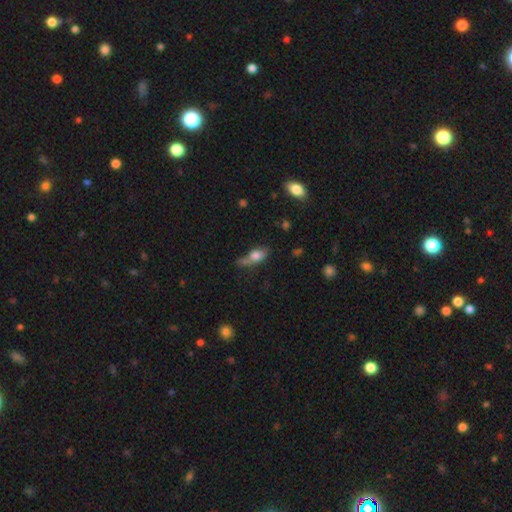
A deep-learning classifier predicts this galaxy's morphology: A smooth galaxy with no disk features (72%) that is in between round and cigar-shaped (75%).

Vote fractions:
- Smooth or featured? smooth: 72% / featured or disk: 18% / star or artifact: 10%
- How rounded? in between: 75% / cigar-shaped: 14% / round: 11%
- Merging? none: 39% / minor disturbance: 28% / merger: 17% / major disturbance: 16%